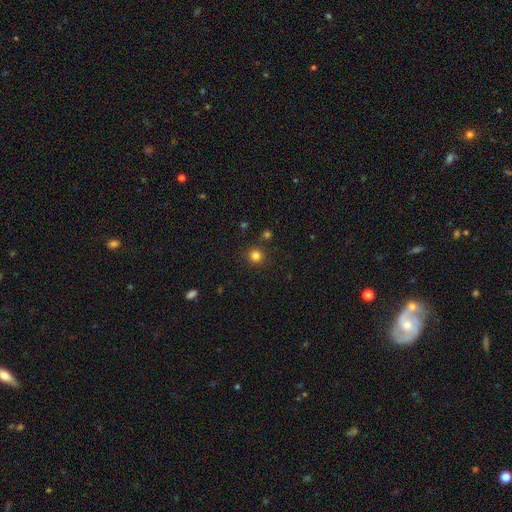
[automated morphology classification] Smooth or featured: smooth — 81% (star or artifact — 14%)
How rounded: round — 94% (in between — 6%)
Merging: none — 87% (minor disturbance — 7%)